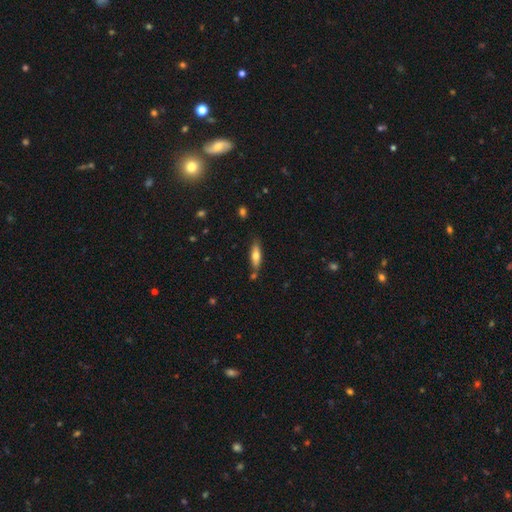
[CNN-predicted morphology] Smooth or featured? smooth (64%)
How rounded? cigar-shaped (54%)
Merging? none (72%)